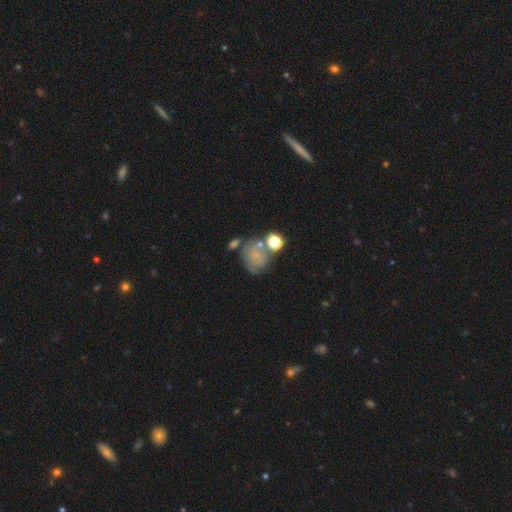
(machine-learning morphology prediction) Q: Smooth or featured?
A: smooth (59%); runner-up: featured or disk (26%)
Q: How rounded?
A: round (67%); runner-up: in between (32%)
Q: Merging?
A: none (45%); runner-up: merger (23%)